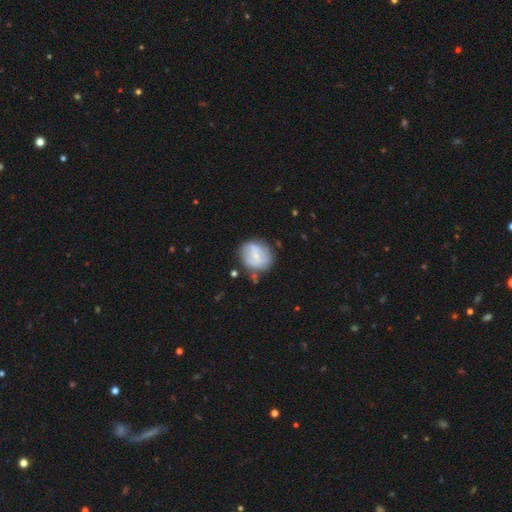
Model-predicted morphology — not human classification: Smooth or featured? featured or disk (51%)
Edge-on disk? no (97%)
Merging? none (63%)